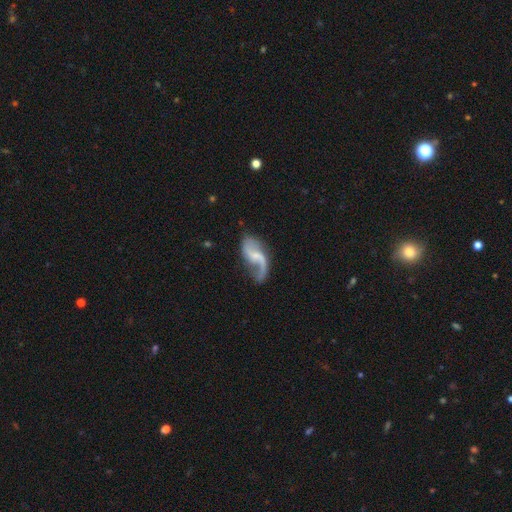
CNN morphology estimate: Overall: featured or disk (87%). Edge-on disk: no (97%). Bar: weak (46%; no 40%). Spiral arms: yes (95%). Spiral arm count: 2 (82%). Spiral winding: loose (81%). Bulge size: small (58%; moderate 20%). Merging: none (59%; minor disturbance 21%).